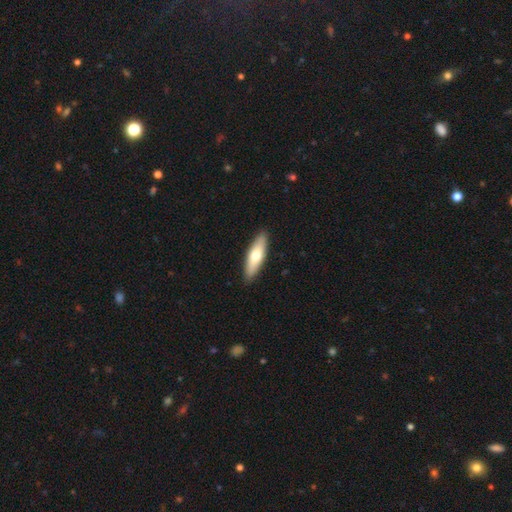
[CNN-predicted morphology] Smooth or featured?
  - smooth: 64% *
  - featured or disk: 31%
  - star or artifact: 5%
How rounded?
  - cigar-shaped: 55% *
  - in between: 43%
  - round: 2%
Merging?
  - none: 90% *
  - minor disturbance: 8%
  - major disturbance: 1%
  - merger: 1%